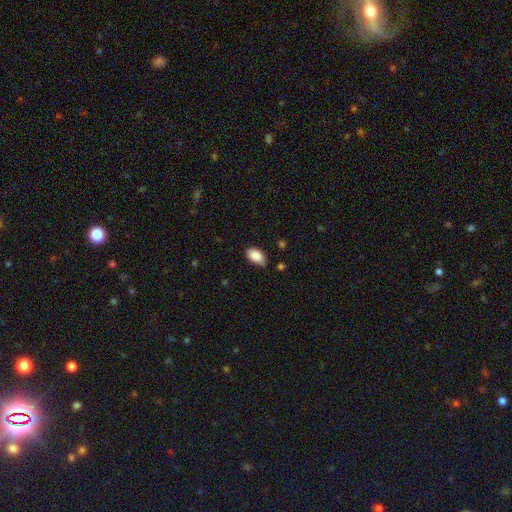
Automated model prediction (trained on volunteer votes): This is clearly a smooth galaxy (88%). How rounded: clearly in between (93%). Merging: likely none (67%).